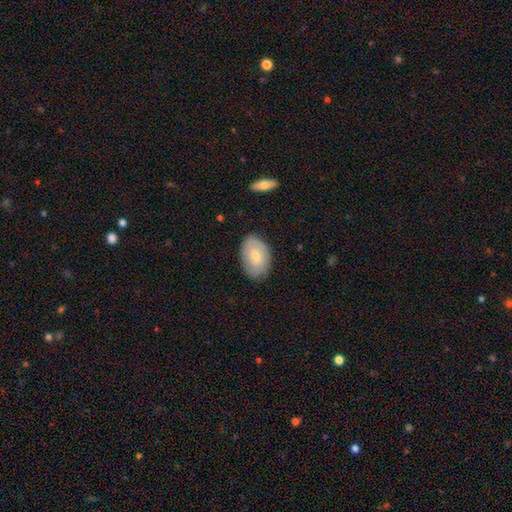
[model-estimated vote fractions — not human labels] smooth 59%, featured or disk 34%, star or artifact 6%. Down the decision tree: how rounded — in between (88%); merging — none (80%).